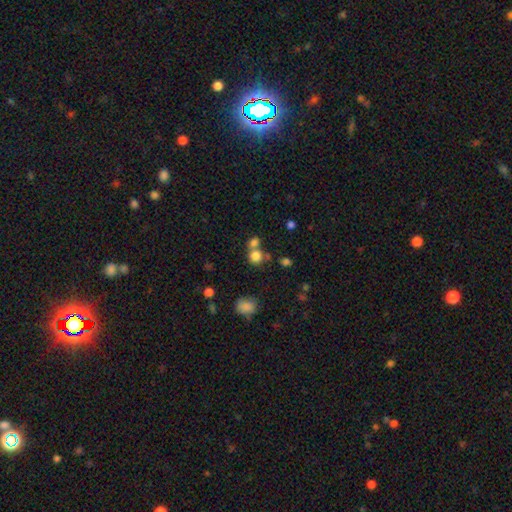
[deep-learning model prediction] Overall: smooth (79%). How rounded: round (86%). Merging: none (51%; merger 38%).